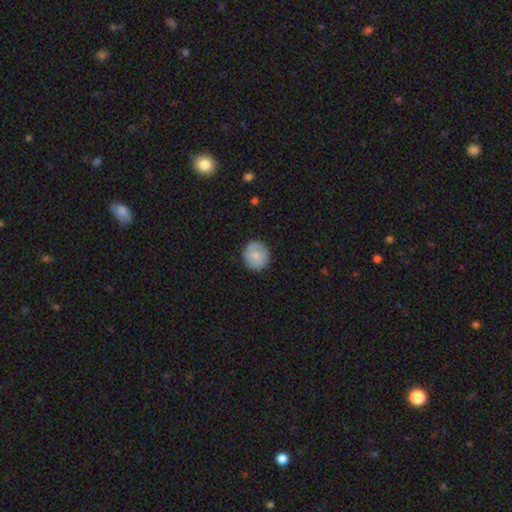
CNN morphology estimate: Overall: smooth (78%). How rounded: round (87%). Merging: none (88%).